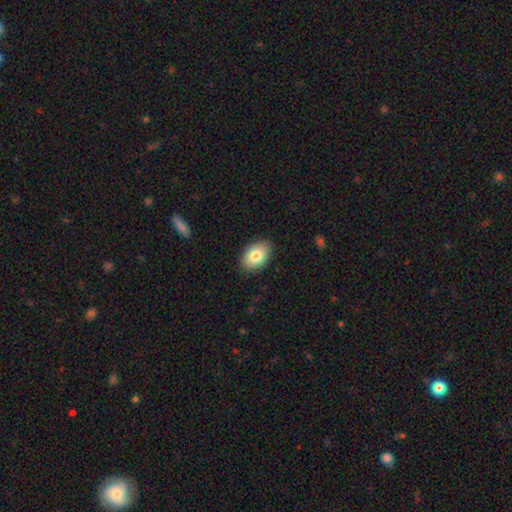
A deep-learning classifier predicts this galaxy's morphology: The model was most divided on "smooth or featured": smooth: 84%, featured or disk: 10%, star or artifact: 7%. More confident: how rounded — in between (88%); merging — none (87%).